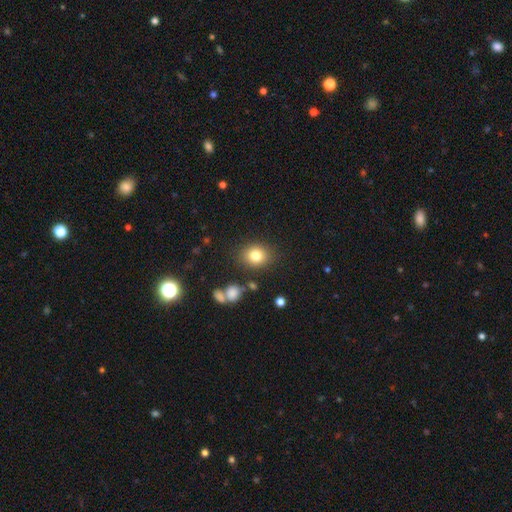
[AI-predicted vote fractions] Smooth or featured? smooth (80%)
How rounded? round (59%)
Merging? none (82%)